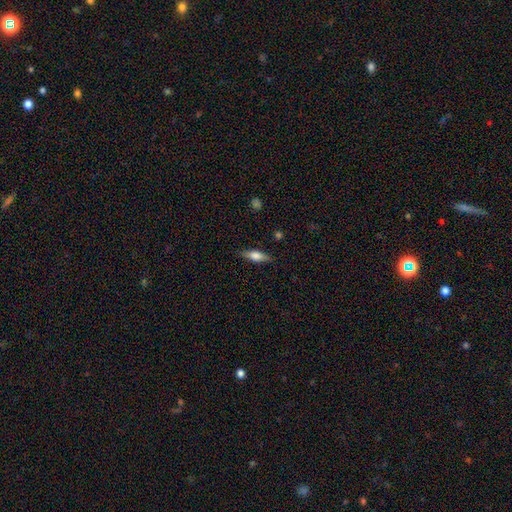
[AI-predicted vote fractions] smooth 57%, featured or disk 36%, star or artifact 7%. Down the decision tree: how rounded — cigar-shaped (50%); merging — none (85%).